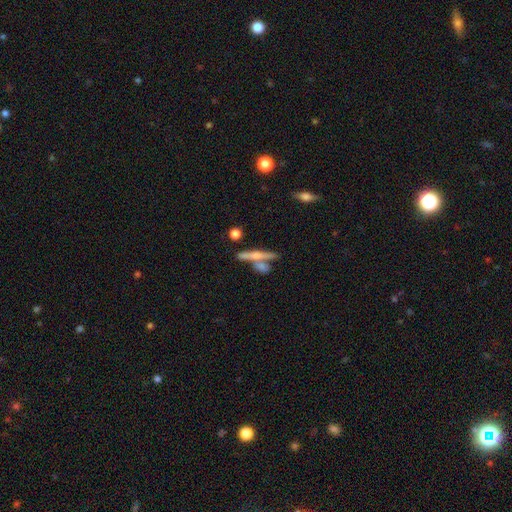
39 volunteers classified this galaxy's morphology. This appears to be a featured or disk galaxy (79%) viewed edge-on (87%) with a rounded central bulge (100%). Merging: none (74%).